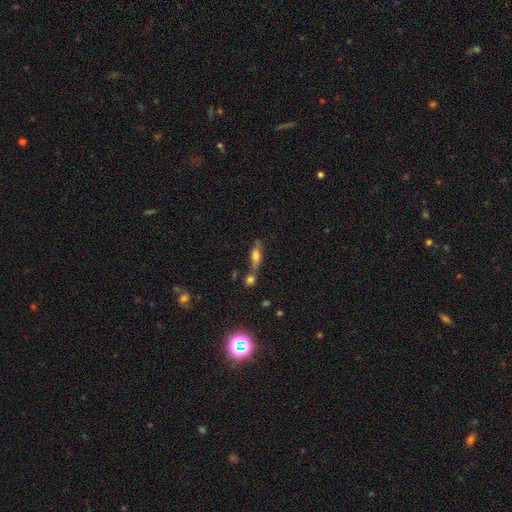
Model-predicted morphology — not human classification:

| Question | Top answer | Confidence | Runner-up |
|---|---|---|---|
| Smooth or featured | smooth | 49% | featured or disk (40%) |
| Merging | none | 55% | merger (26%) |